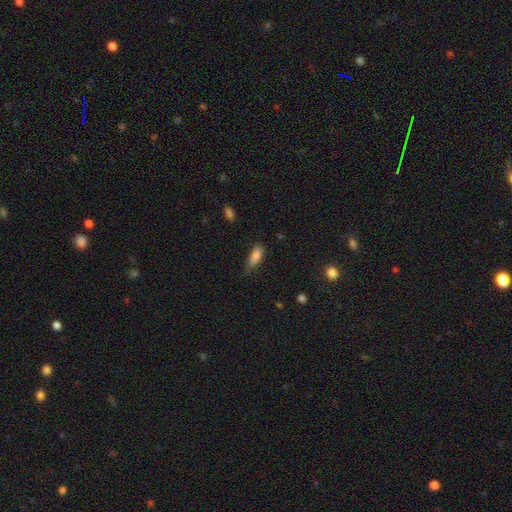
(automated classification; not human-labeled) Morphology: type=smooth (84%); roundness=in between (75%); merging=none (62%).